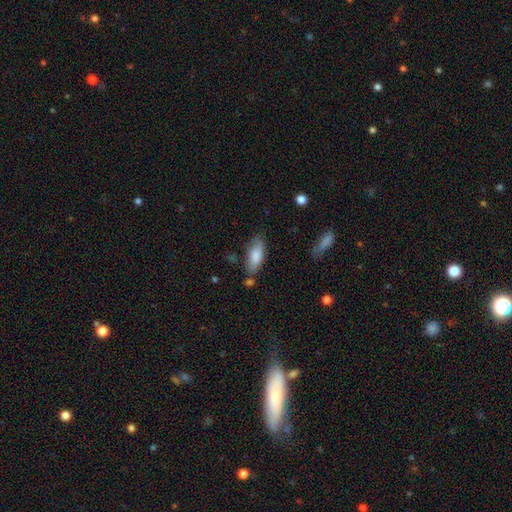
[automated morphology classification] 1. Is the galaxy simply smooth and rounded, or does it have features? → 79% smooth, 15% featured or disk, 6% star or artifact.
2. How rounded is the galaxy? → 74% in between, 24% cigar-shaped, 2% round.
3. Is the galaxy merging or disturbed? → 69% none, 20% minor disturbance, 6% merger, 4% major disturbance.